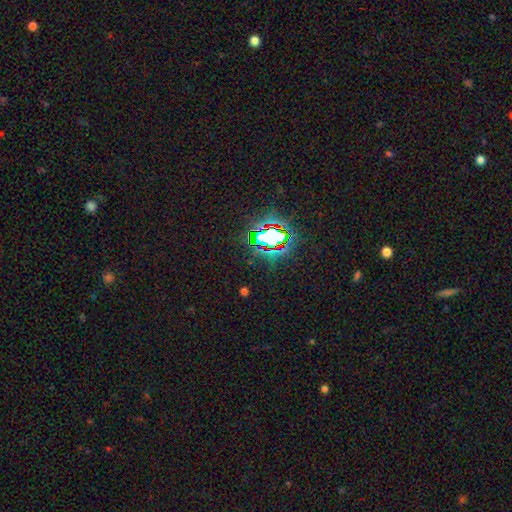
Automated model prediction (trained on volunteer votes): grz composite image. It shows a star or artifact, not a galaxy (81%).